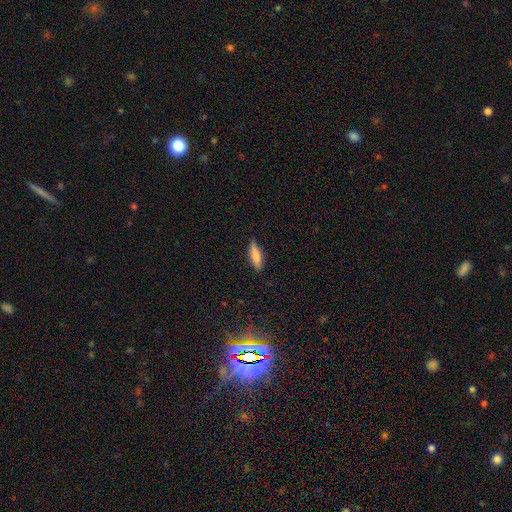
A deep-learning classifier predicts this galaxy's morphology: The model was most divided on "how rounded": cigar-shaped: 63%, in between: 35%, round: 2%. More confident: merging — none (86%); smooth or featured — smooth (78%).